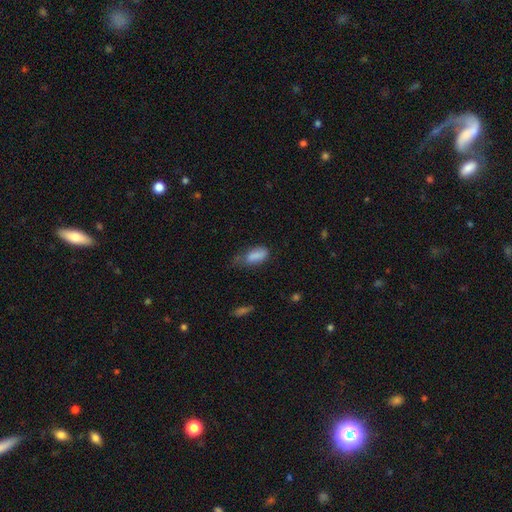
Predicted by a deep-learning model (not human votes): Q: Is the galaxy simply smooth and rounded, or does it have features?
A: smooth — 81%.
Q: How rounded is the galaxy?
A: in between — 83%.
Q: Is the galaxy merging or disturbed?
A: minor disturbance — 41%.